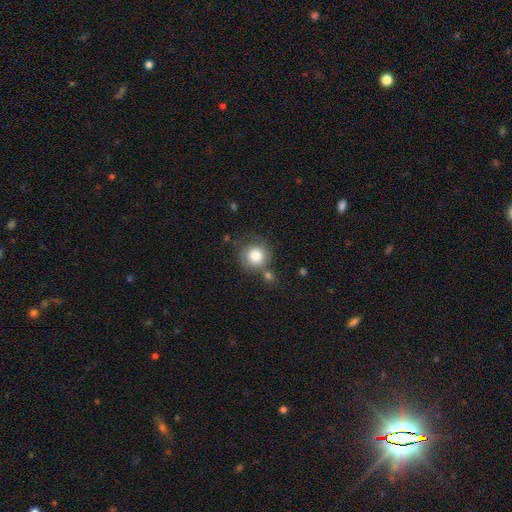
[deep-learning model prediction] smooth-or-featured: smooth: 81% | featured or disk: 11% | star or artifact: 8%
  how-rounded: round: 91% | in between: 8% | cigar-shaped: 1%
  merging: none: 64% | minor disturbance: 16% | merger: 13% | major disturbance: 6%